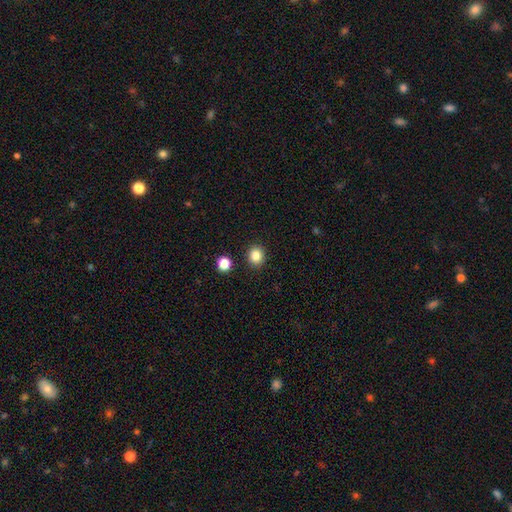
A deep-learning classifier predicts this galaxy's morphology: This is clearly a smooth galaxy (84%). How rounded: likely round (75%). Merging: clearly none (89%).